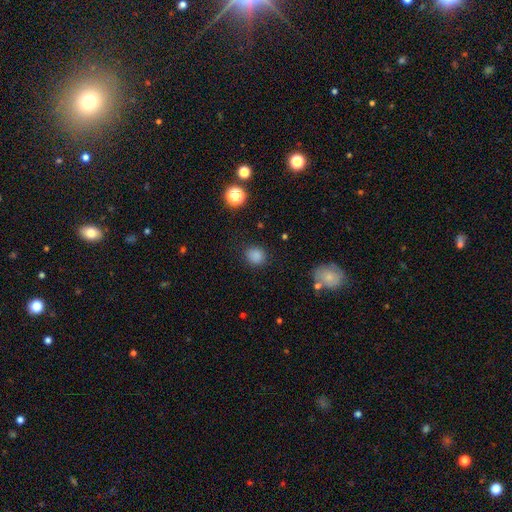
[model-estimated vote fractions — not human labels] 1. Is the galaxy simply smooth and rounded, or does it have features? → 83% smooth, 13% star or artifact, 4% featured or disk.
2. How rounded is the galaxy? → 77% round, 22% in between, 1% cigar-shaped.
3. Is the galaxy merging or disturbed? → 84% none, 10% minor disturbance, 4% major disturbance, 2% merger.